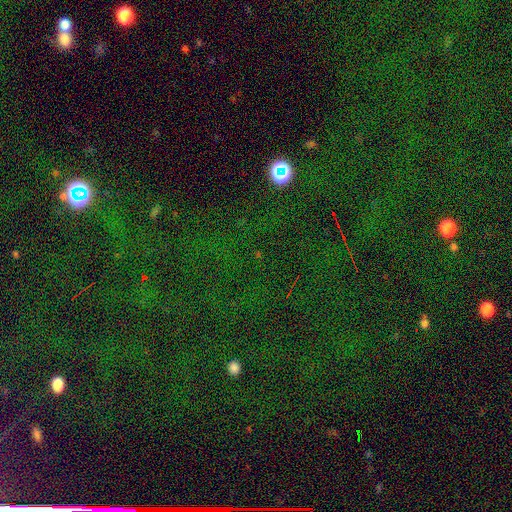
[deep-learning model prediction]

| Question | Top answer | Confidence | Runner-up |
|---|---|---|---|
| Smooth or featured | star or artifact | 78% | smooth (14%) |